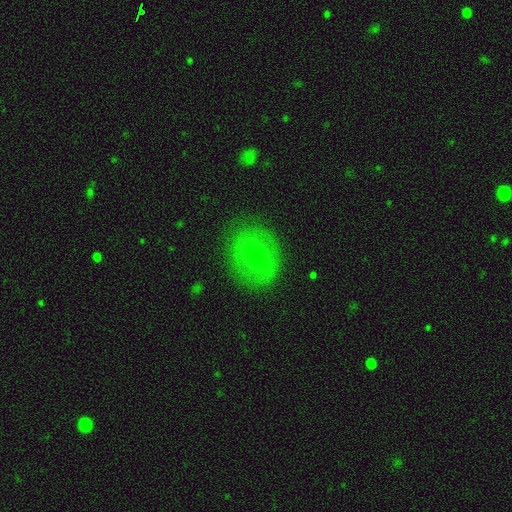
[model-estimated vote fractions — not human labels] A featured or disk galaxy (53%). Merging: none (81%).